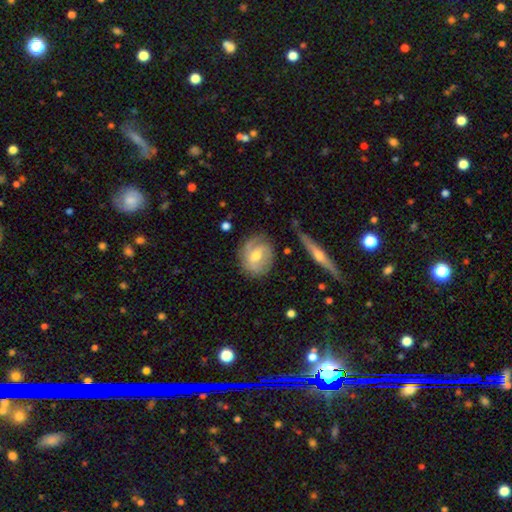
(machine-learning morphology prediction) smooth-or-featured: featured or disk: 65% | smooth: 29% | star or artifact: 6%
  disk-edge-on: no: 94% | yes: 6%
    bar: weak: 51% | no: 33% | strong: 17%
    has-spiral-arms: yes: 85% | no: 15%
      spiral-winding: tight: 43% | medium: 38% | loose: 19%
      spiral-arm-count: 2: 44% | can't tell: 25% | 3: 15% | 1: 10% | 4: 4% | more than 4: 2%
    bulge-size: moderate: 68% | small: 25% | large: 5% | none: 2% | dominant: 1%
  merging: none: 69% | minor disturbance: 20% | major disturbance: 8% | merger: 3%